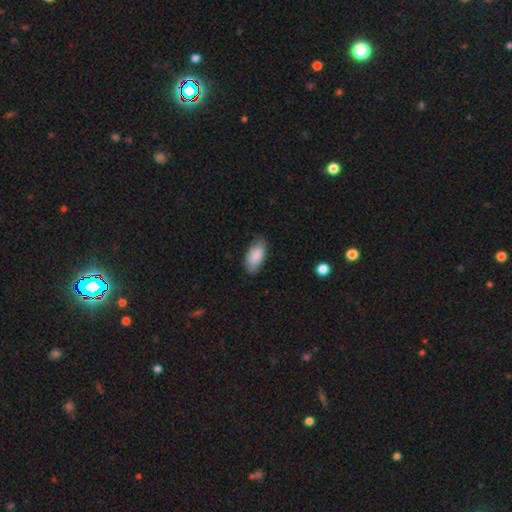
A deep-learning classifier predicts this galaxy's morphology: smooth 87%, featured or disk 7%, star or artifact 6%. Down the decision tree: how rounded — in between (90%); merging — none (80%).